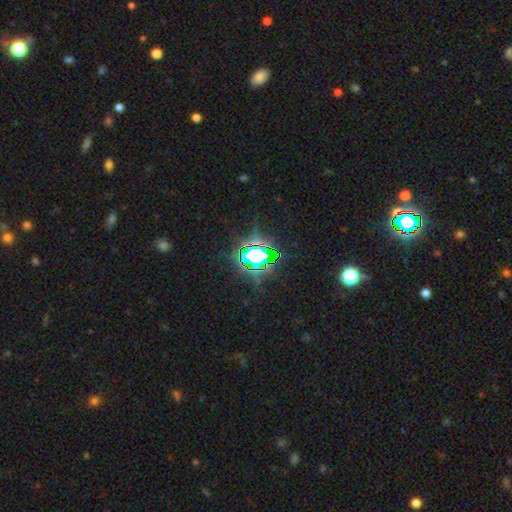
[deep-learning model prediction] smooth_or_featured: star or artifact (p=0.78) [alt: smooth p=0.11]